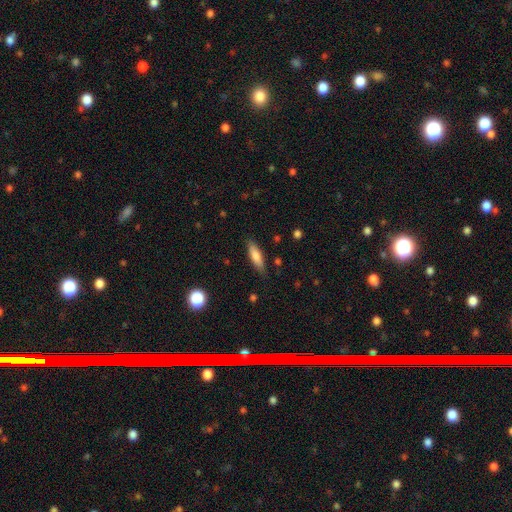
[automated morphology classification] Overall: smooth (73%). How rounded: cigar-shaped (58%; in between 40%). Merging: none (85%).